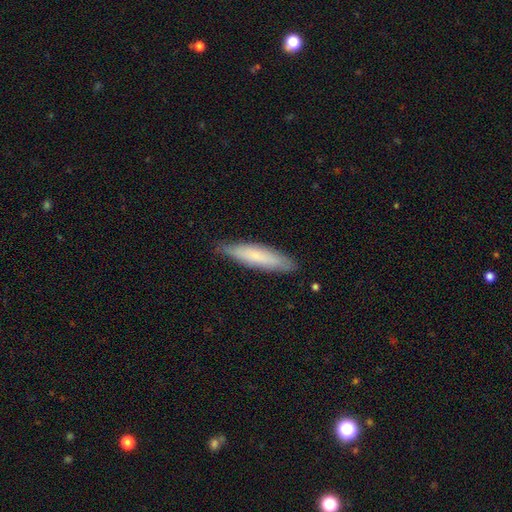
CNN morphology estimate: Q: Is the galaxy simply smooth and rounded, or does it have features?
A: smooth — 68%.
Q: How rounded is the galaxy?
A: cigar-shaped — 81%.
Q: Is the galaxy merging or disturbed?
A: none — 83%.